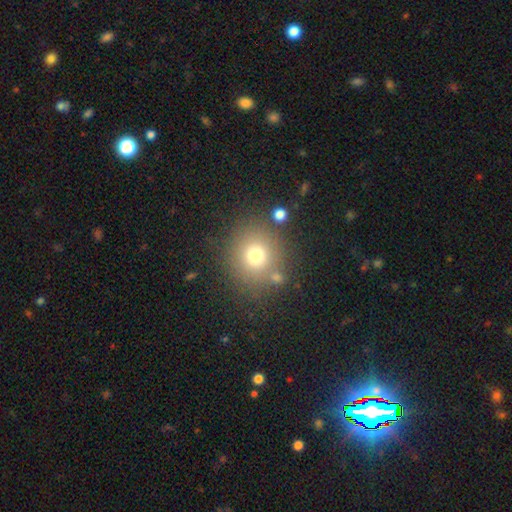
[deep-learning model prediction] smooth-or-featured: smooth: 72% | star or artifact: 16% | featured or disk: 12%
  how-rounded: round: 88% | in between: 11% | cigar-shaped: 1%
  merging: none: 78% | minor disturbance: 10% | merger: 7% | major disturbance: 5%